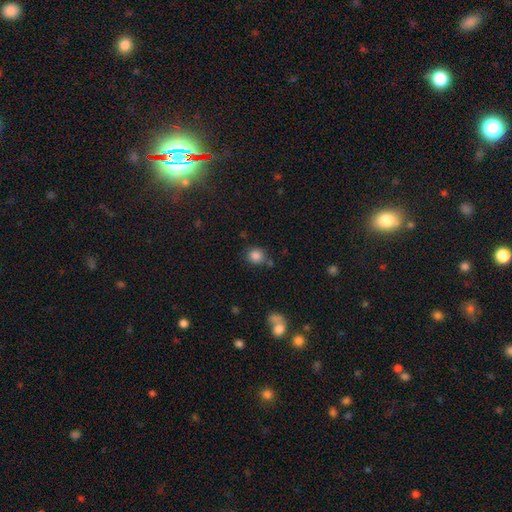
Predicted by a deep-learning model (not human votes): Smooth or featured? smooth (85%)
How rounded? round (84%)
Merging? none (72%)